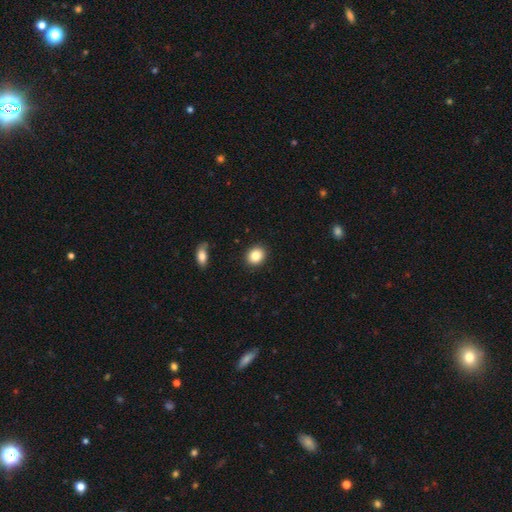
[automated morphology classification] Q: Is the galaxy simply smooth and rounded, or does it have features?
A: smooth — 85%.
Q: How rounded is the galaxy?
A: round — 64%.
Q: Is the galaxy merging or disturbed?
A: none — 90%.